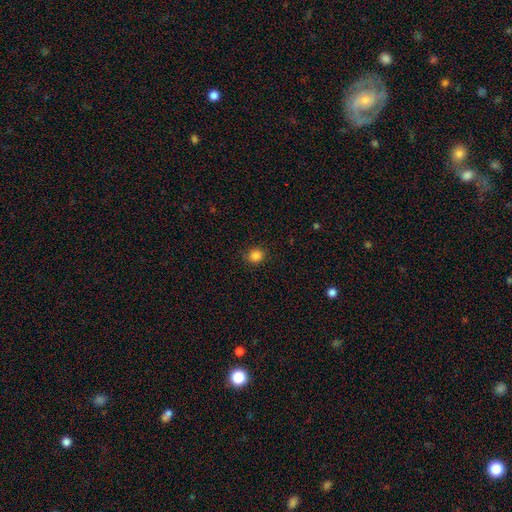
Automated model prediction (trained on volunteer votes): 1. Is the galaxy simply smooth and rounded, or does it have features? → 85% smooth, 11% star or artifact, 4% featured or disk.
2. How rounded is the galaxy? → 83% round, 16% in between, 1% cigar-shaped.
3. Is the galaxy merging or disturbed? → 89% none, 8% minor disturbance, 2% major disturbance, 1% merger.